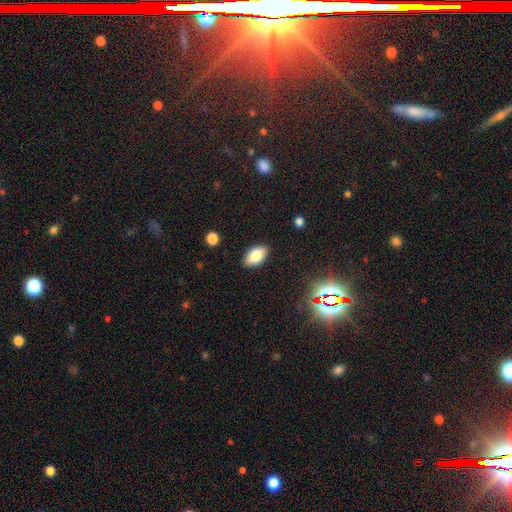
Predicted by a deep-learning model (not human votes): A smooth galaxy with no disk features (83%) that is in between round and cigar-shaped (93%). Merging: none (87%).